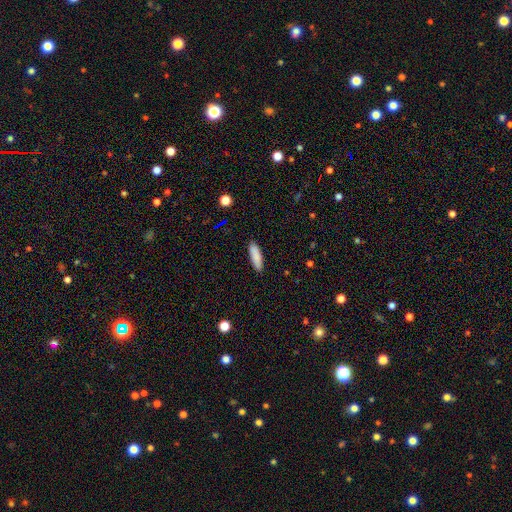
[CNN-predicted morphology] Smooth or featured? smooth (88%)
How rounded? cigar-shaped (56%)
Merging? none (89%)